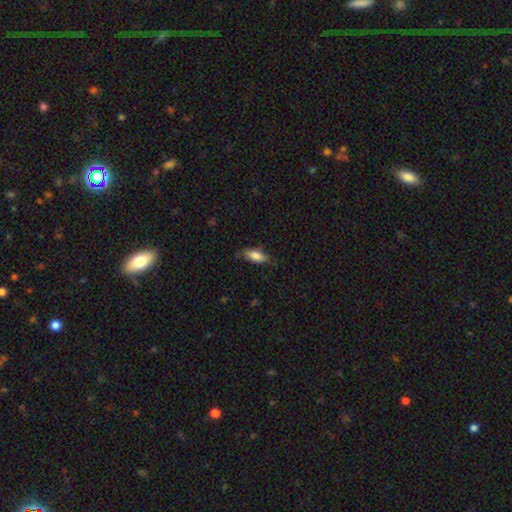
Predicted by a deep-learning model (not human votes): Q: Smooth or featured?
A: smooth (78%); runner-up: featured or disk (15%)
Q: How rounded?
A: in between (74%); runner-up: cigar-shaped (23%)
Q: Merging?
A: none (73%); runner-up: minor disturbance (21%)